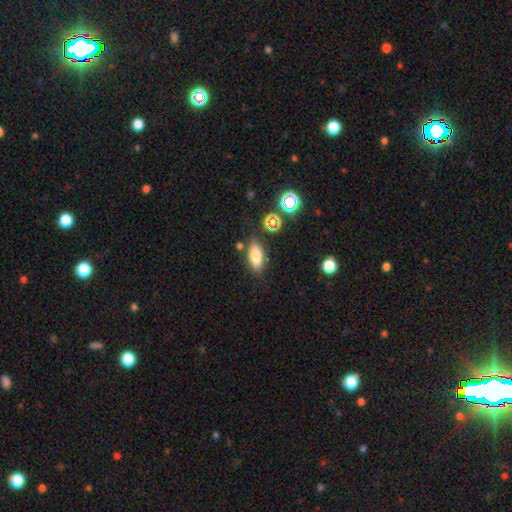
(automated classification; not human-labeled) Smooth or featured: smooth — 81% (star or artifact — 11%)
How rounded: in between — 84% (cigar-shaped — 12%)
Merging: none — 81% (minor disturbance — 11%)